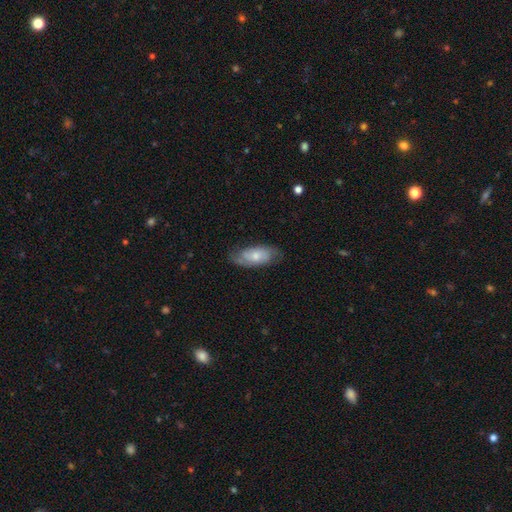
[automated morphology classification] Smooth or featured?
  - featured or disk: 47% * (tied)
  - smooth: 47% * (tied)
  - star or artifact: 6%
Merging?
  - none: 71% *
  - minor disturbance: 21%
  - major disturbance: 6%
  - merger: 1%